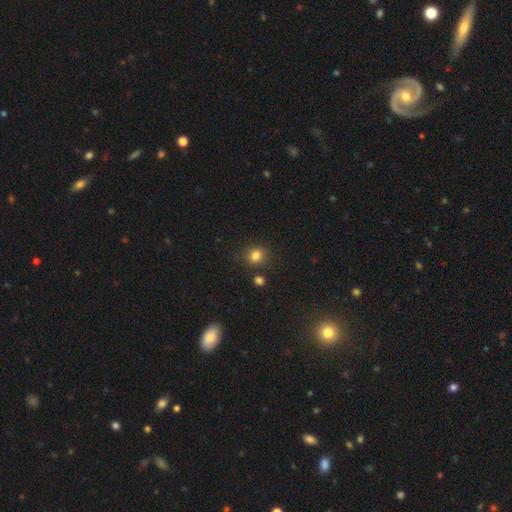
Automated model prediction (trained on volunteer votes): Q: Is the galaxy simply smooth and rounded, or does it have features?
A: smooth — 82%.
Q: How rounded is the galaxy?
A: round — 84%.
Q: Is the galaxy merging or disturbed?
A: none — 82%.